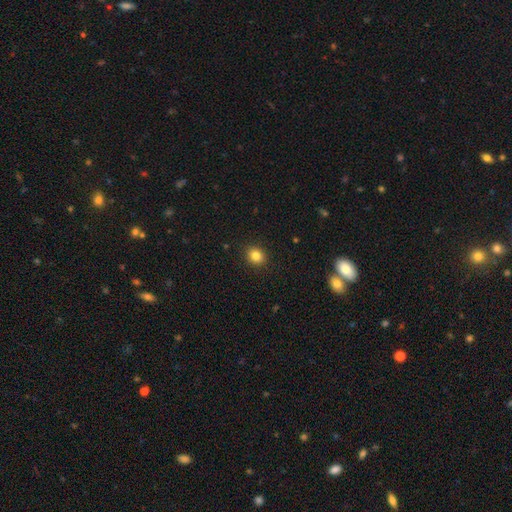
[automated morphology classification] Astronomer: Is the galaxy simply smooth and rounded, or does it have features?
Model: smooth — 84%.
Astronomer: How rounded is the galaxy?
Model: round — 69%.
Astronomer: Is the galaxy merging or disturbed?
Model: none — 91%.